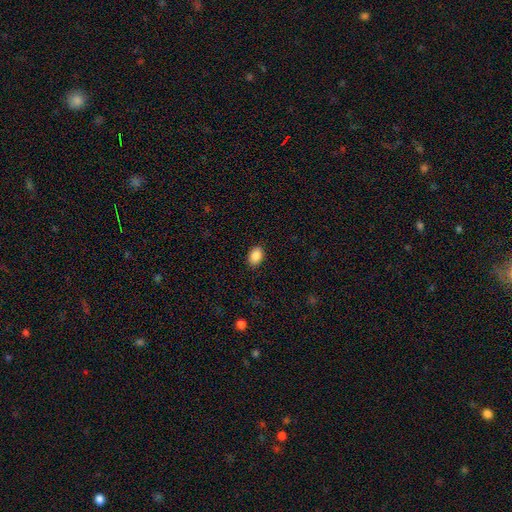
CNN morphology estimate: Overall: smooth (89%). How rounded: in between (84%). Merging: none (88%).